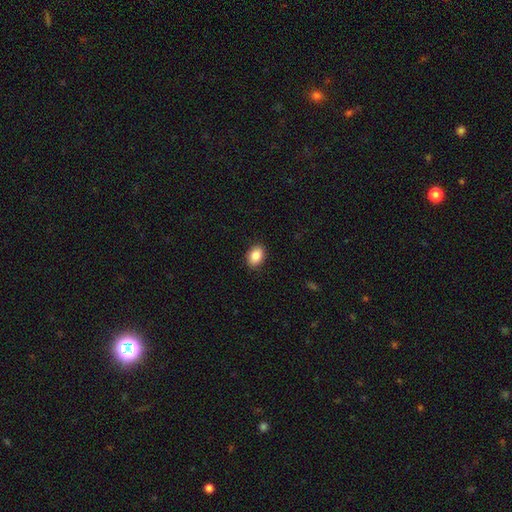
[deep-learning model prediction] Morphology: type=smooth (86%); roundness=in between (79%); merging=none (89%).